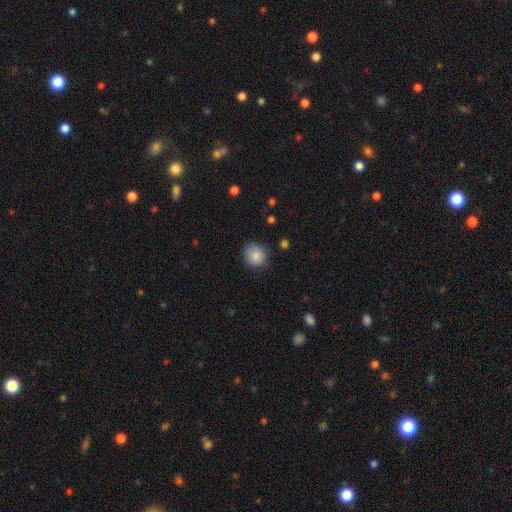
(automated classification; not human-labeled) The model was most divided on "merging": none: 77%, minor disturbance: 18%, major disturbance: 4%, merger: 1%. More confident: smooth or featured — smooth (85%); how rounded — round (84%).